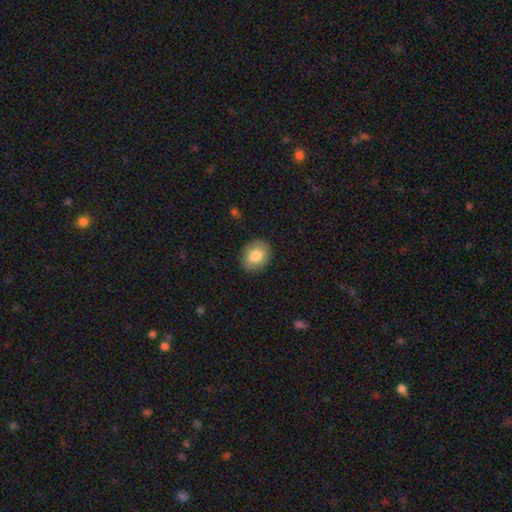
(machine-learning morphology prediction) Q: Smooth or featured?
A: smooth (81%); runner-up: featured or disk (11%)
Q: How rounded?
A: in between (53%); runner-up: round (46%)
Q: Merging?
A: none (87%); runner-up: minor disturbance (9%)